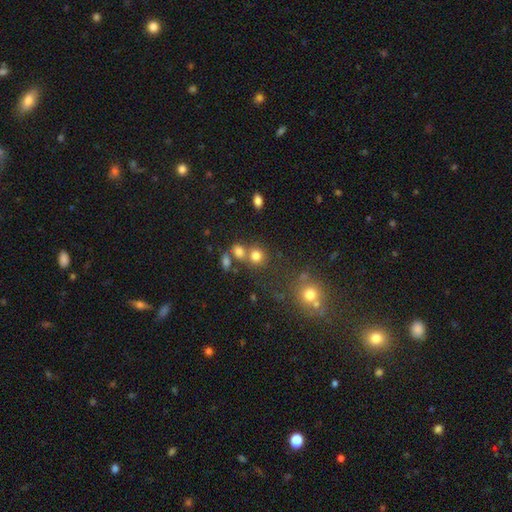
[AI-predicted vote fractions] smooth_or_featured: smooth (p=0.76) [alt: star or artifact p=0.15]
how_rounded: round (p=0.80) [alt: in between p=0.19]
merging: none (p=0.57) [alt: merger p=0.28]